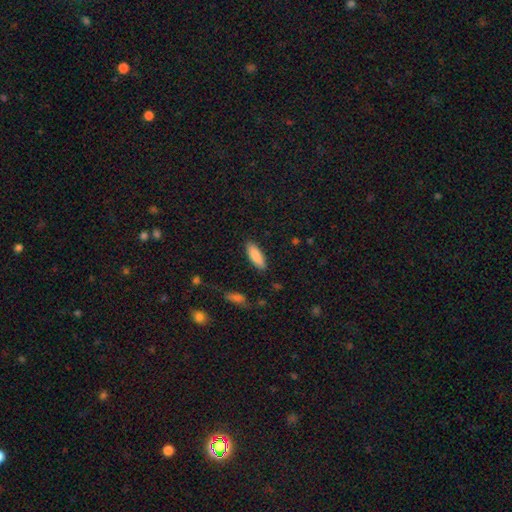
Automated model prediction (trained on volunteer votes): smooth_or_featured: smooth (p=0.86) [alt: featured or disk p=0.08]
how_rounded: in between (p=0.62) [alt: cigar-shaped p=0.36]
merging: none (p=0.86) [alt: minor disturbance p=0.10]